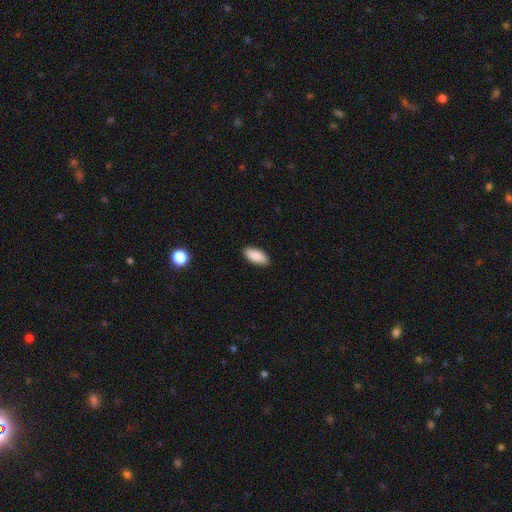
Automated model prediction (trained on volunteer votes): smooth-or-featured: smooth: 89% | star or artifact: 6% | featured or disk: 5%
  how-rounded: in between: 89% | cigar-shaped: 9% | round: 2%
  merging: none: 88% | minor disturbance: 9% | major disturbance: 2% | merger: 1%